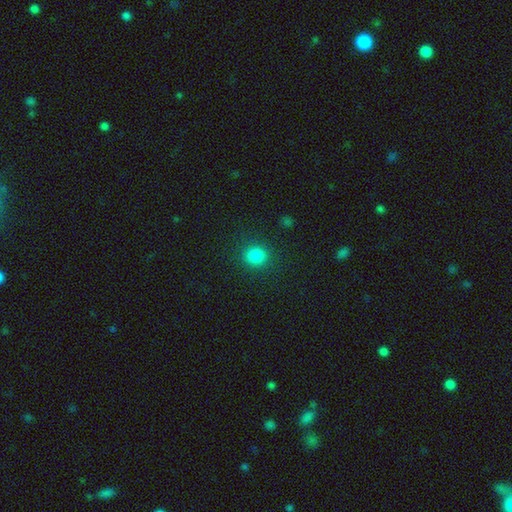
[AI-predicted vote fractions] Smooth or featured? Predicted: smooth (p=0.84). How rounded? Predicted: round (p=0.83). Merging? Predicted: none (p=0.89).